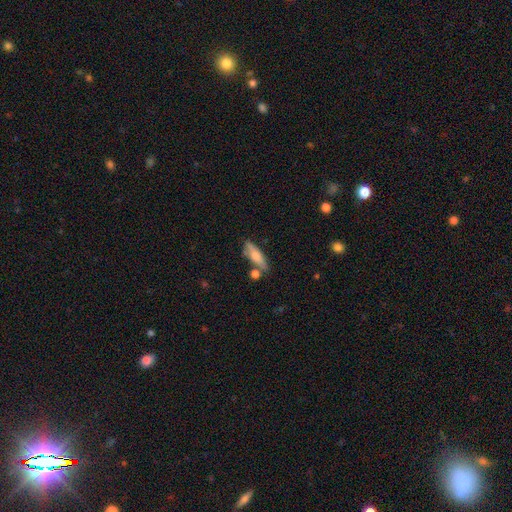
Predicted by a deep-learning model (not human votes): A smooth galaxy with no disk features (67%) that is cigar-shaped (51%).

Vote fractions:
- Smooth or featured? smooth: 67% / featured or disk: 26% / star or artifact: 7%
- How rounded? cigar-shaped: 51% / in between: 46% / round: 3%
- Merging? none: 65% / minor disturbance: 18% / merger: 12% / major disturbance: 5%